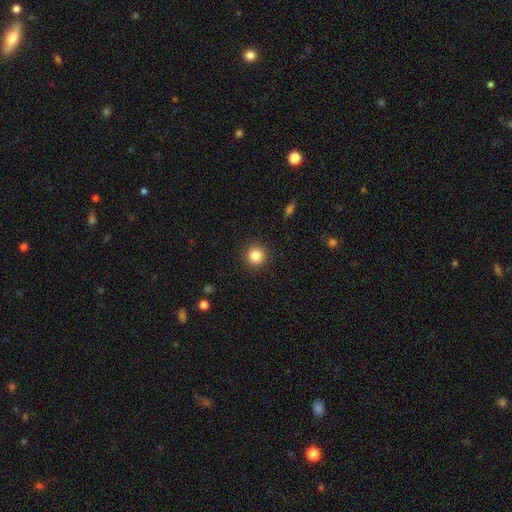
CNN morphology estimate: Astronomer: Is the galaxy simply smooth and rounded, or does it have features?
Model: smooth — 84%.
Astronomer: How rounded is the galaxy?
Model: round — 95%.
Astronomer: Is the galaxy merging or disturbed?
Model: none — 92%.